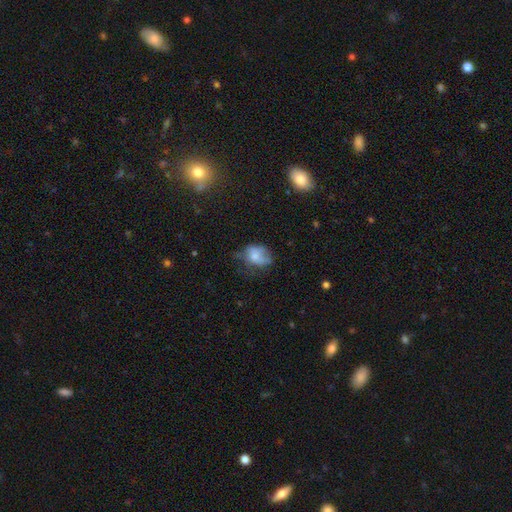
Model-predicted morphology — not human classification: Q: Smooth or featured?
A: smooth (61%); runner-up: featured or disk (28%)
Q: How rounded?
A: in between (64%); runner-up: round (35%)
Q: Merging?
A: none (36%); runner-up: minor disturbance (33%)